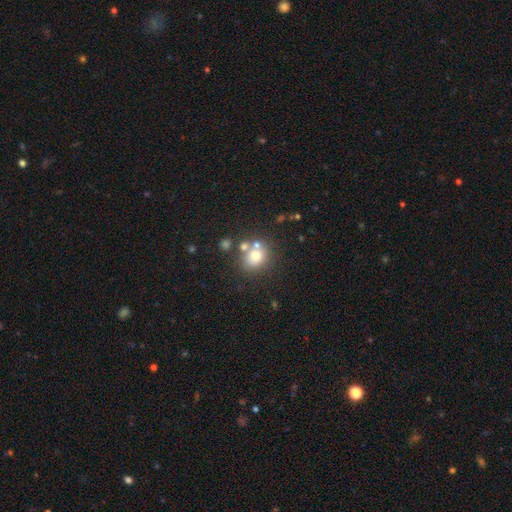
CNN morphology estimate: This is likely a smooth galaxy (68%). How rounded: likely round (79%). Merging: likely none (60%).